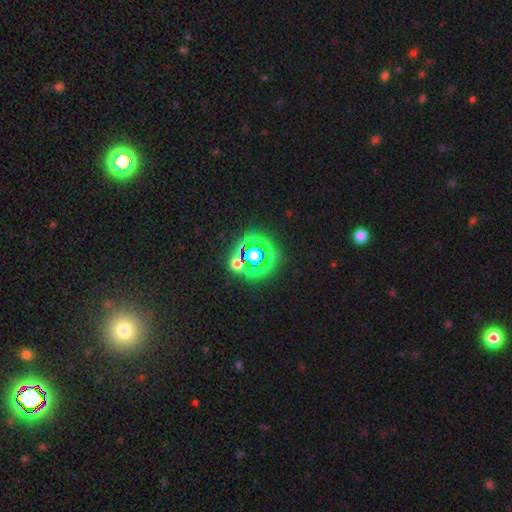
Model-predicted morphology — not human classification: Overall: star or artifact (63%; smooth 25%).